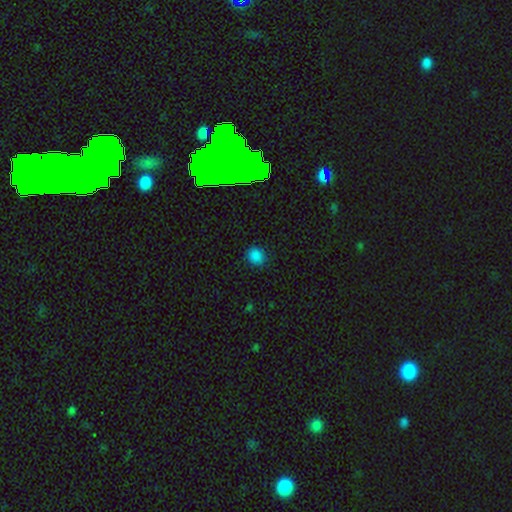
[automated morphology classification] This is clearly a smooth galaxy (82%). How rounded: likely round (77%). Merging: clearly none (88%).